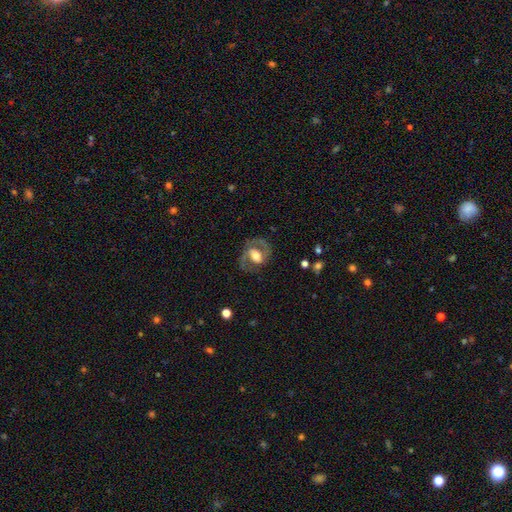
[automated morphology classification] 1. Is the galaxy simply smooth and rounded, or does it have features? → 79% featured or disk, 15% smooth, 6% star or artifact.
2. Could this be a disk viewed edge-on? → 97% no, 3% yes.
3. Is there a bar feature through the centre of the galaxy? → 42% weak, 35% no, 23% strong.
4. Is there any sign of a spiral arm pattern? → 89% yes, 11% no.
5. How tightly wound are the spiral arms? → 56% medium, 23% tight, 20% loose.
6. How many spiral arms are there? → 89% 2, 4% can't tell, 3% 1, 1% 3, 1% 4, 1% more than 4.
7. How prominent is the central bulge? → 49% moderate, 35% large, 10% small, 3% dominant, 2% none.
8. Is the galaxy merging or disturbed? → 73% none, 15% minor disturbance, 11% major disturbance, 1% merger.